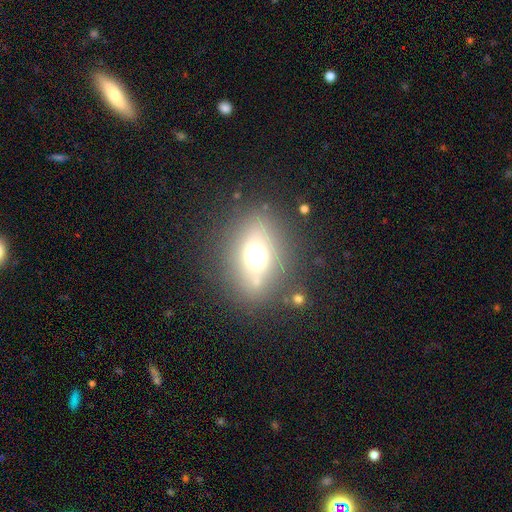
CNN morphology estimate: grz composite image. It shows a smooth galaxy with no disk features (49%). Merging: none (79%).